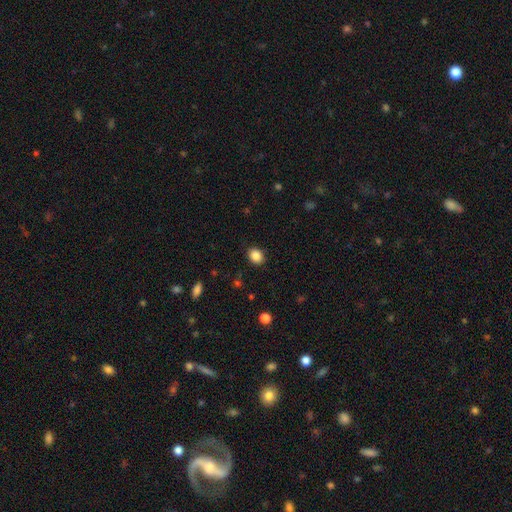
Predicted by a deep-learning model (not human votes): Smooth or featured? smooth (87%)
How rounded? round (50%)
Merging? none (89%)